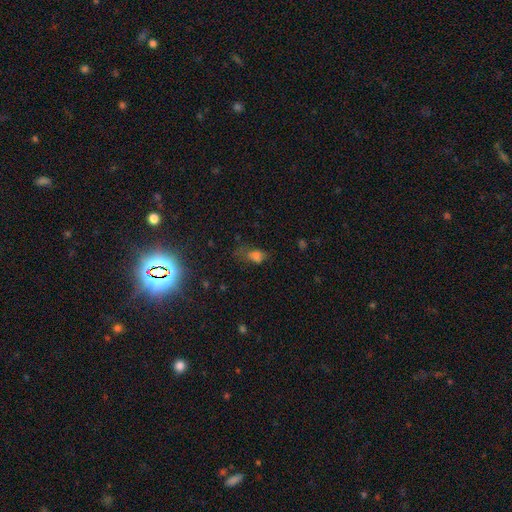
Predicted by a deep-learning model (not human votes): Morphology: type=smooth (62%); roundness=in between (78%); merging=none (37%).